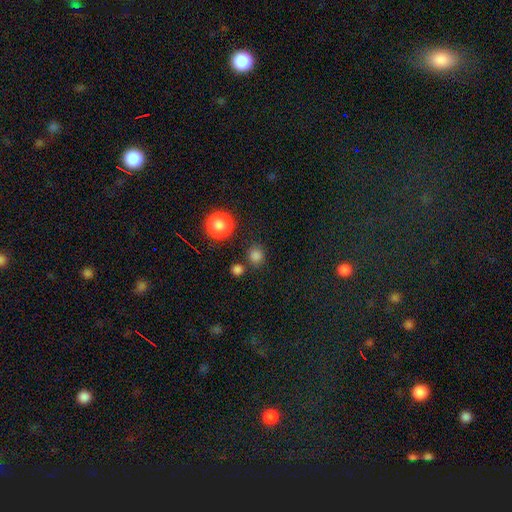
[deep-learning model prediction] smooth_or_featured: smooth (p=0.80) [alt: star or artifact p=0.16]
how_rounded: round (p=0.88) [alt: in between p=0.11]
merging: none (p=0.81) [alt: minor disturbance p=0.08]